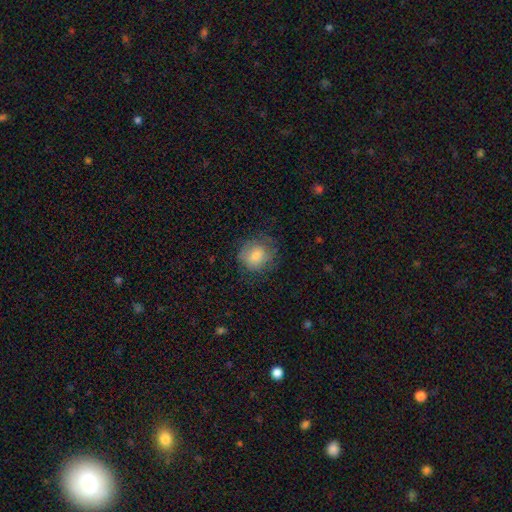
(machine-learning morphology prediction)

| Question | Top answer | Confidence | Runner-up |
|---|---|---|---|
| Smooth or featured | smooth | 68% | featured or disk (23%) |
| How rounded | round | 77% | in between (22%) |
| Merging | none | 71% | minor disturbance (19%) |